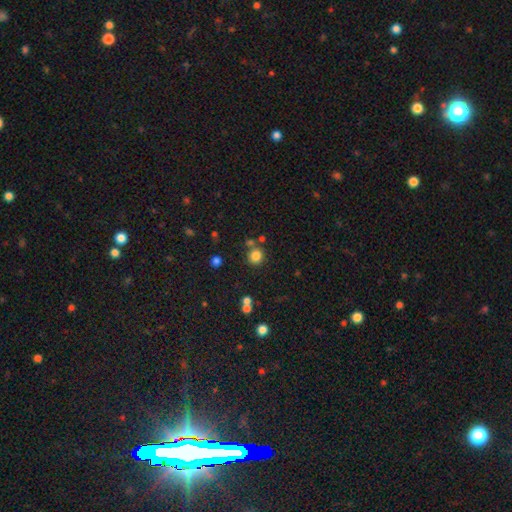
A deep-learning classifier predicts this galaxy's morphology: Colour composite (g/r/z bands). It shows a smooth galaxy with no disk features (82%) that is round (89%). Merging: none (76%).